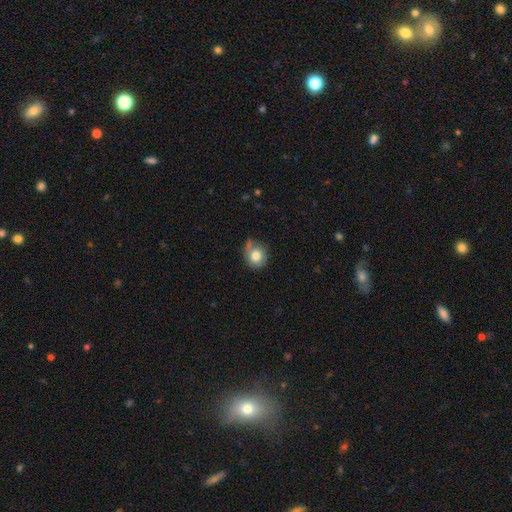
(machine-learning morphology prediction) The model was most divided on "merging": none: 53%, minor disturbance: 30%, major disturbance: 10%, merger: 6%. More confident: smooth or featured — smooth (77%); how rounded — round (76%).